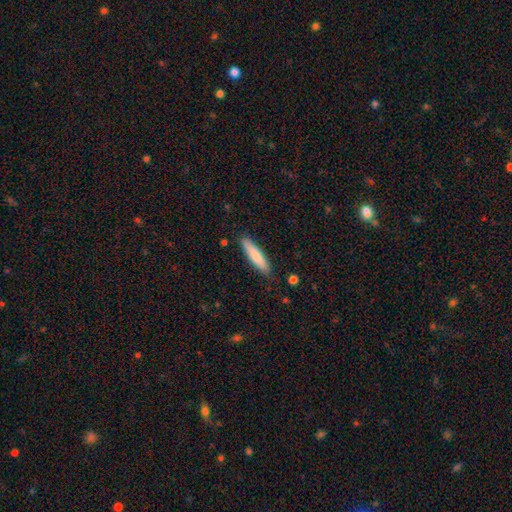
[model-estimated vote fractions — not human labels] smooth-or-featured: smooth: 80% | featured or disk: 15% | star or artifact: 5%
  how-rounded: cigar-shaped: 82% | in between: 17% | round: 1%
  merging: none: 87% | minor disturbance: 10% | major disturbance: 2% | merger: 1%